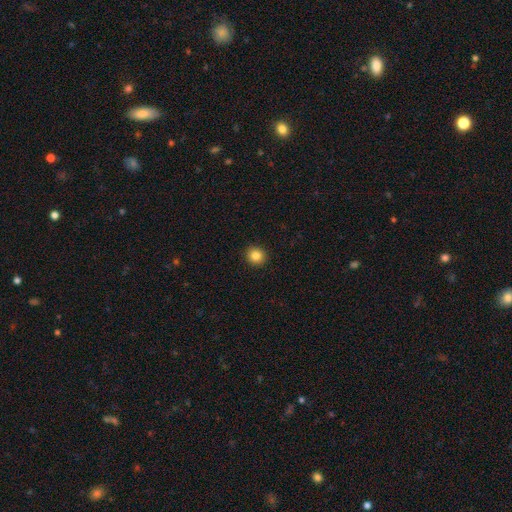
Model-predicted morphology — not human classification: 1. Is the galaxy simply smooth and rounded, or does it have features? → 84% smooth, 11% star or artifact, 5% featured or disk.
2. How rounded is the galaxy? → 91% round, 8% in between, 1% cigar-shaped.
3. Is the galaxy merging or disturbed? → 93% none, 5% minor disturbance, 2% major disturbance, 1% merger.